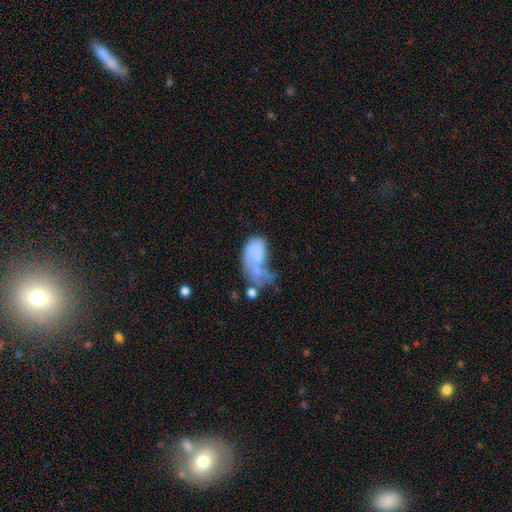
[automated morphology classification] Q: Smooth or featured?
A: smooth (46%); runner-up: featured or disk (43%)
Q: Merging?
A: major disturbance (41%); runner-up: merger (24%)